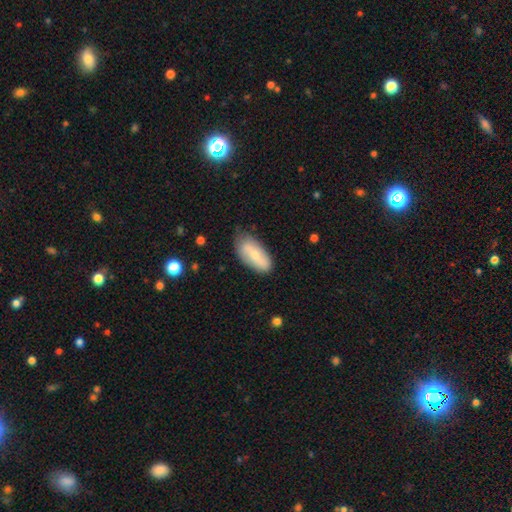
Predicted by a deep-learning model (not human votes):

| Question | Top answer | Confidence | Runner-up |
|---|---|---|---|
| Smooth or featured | smooth | 66% | featured or disk (28%) |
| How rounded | in between | 88% | cigar-shaped (9%) |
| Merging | none | 71% | minor disturbance (22%) |